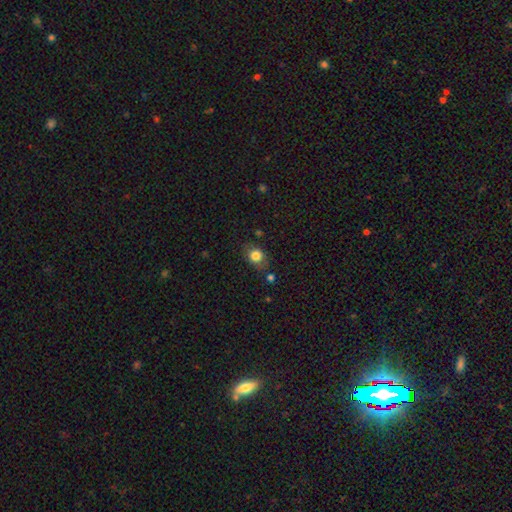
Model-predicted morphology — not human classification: Overall: smooth (81%). How rounded: in between (49%, tied with round). Merging: none (72%).